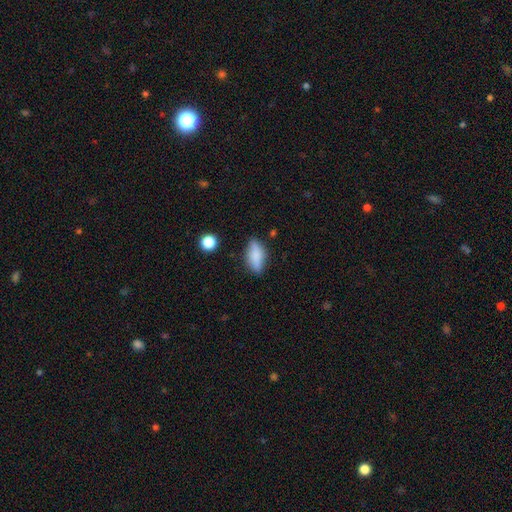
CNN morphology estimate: smooth-or-featured: smooth: 75% | featured or disk: 18% | star or artifact: 8%
  how-rounded: in between: 76% | cigar-shaped: 20% | round: 4%
  merging: none: 77% | minor disturbance: 17% | major disturbance: 4% | merger: 2%